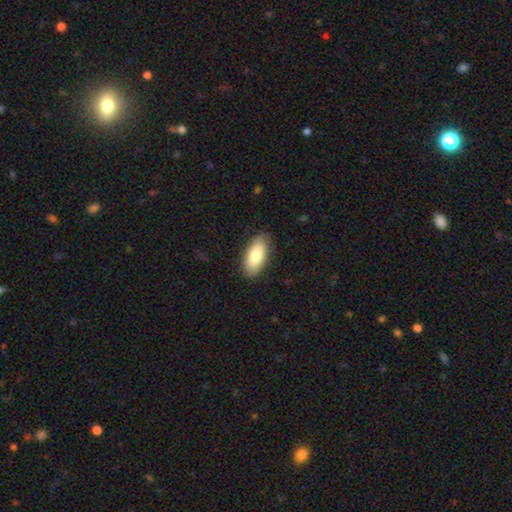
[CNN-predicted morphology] Smooth or featured? smooth (78%)
How rounded? in between (89%)
Merging? none (86%)